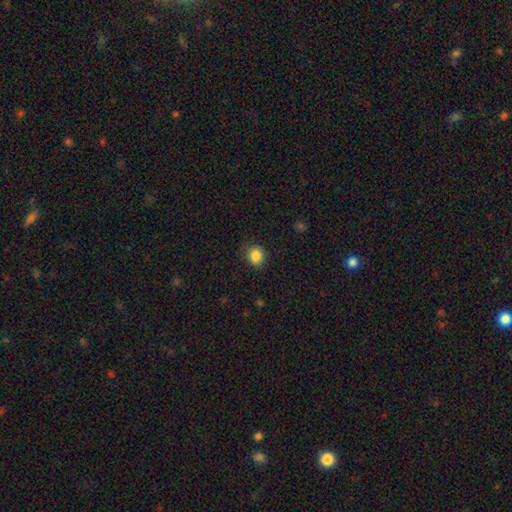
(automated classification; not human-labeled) Smooth or featured? smooth (86%)
How rounded? round (72%)
Merging? none (84%)